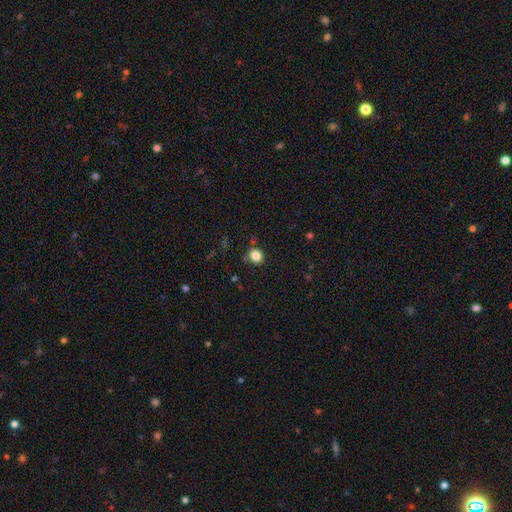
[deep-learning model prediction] This is clearly a smooth galaxy (84%). How rounded: likely round (72%). Merging: clearly none (81%).